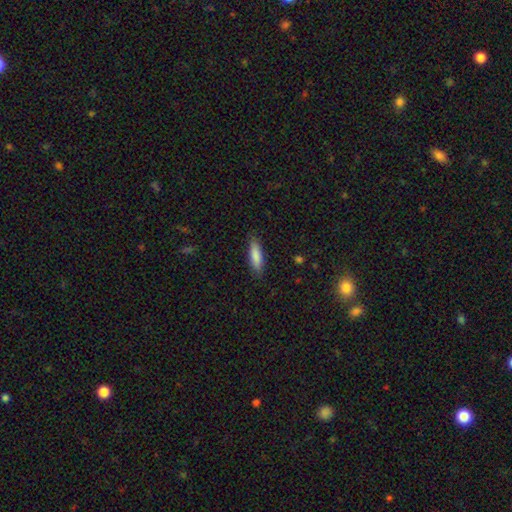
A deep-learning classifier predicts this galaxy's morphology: Smooth or featured? smooth (85%)
How rounded? cigar-shaped (56%)
Merging? none (86%)